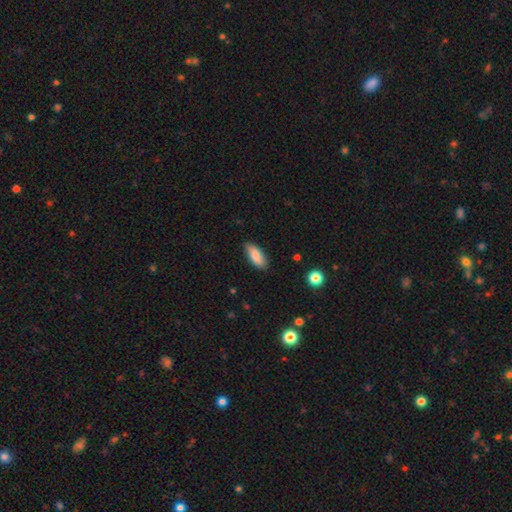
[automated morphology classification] Smooth or featured?
  - smooth: 83% *
  - featured or disk: 11%
  - star or artifact: 6%
How rounded?
  - in between: 83% *
  - cigar-shaped: 15%
  - round: 2%
Merging?
  - none: 83% *
  - minor disturbance: 13%
  - major disturbance: 2%
  - merger: 1%